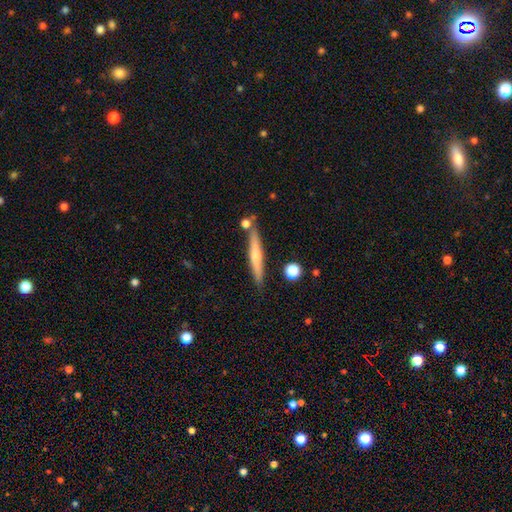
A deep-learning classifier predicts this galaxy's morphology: Overall: smooth (49%; featured or disk 45%). Merging: none (80%).